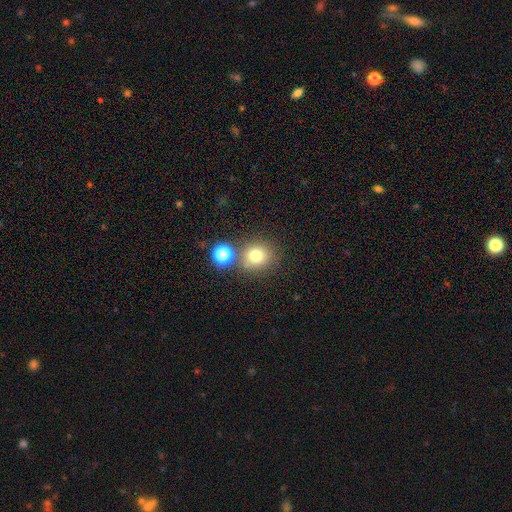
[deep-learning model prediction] smooth-or-featured: smooth: 74% | star or artifact: 16% | featured or disk: 10%
  how-rounded: round: 87% | in between: 12% | cigar-shaped: 1%
  merging: none: 71% | merger: 15% | minor disturbance: 10% | major disturbance: 4%